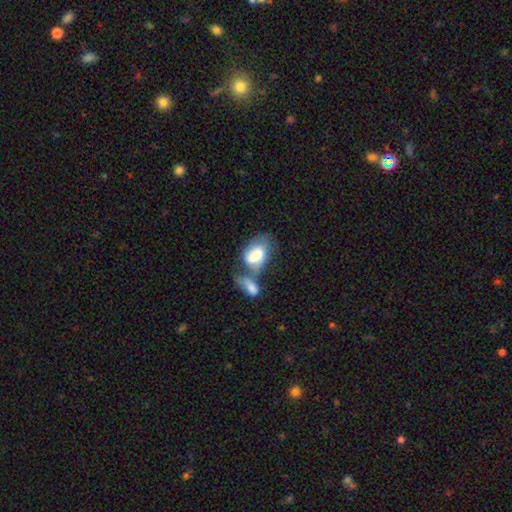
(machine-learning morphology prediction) Smooth or featured? smooth (65%)
How rounded? in between (91%)
Merging? merger (61%)